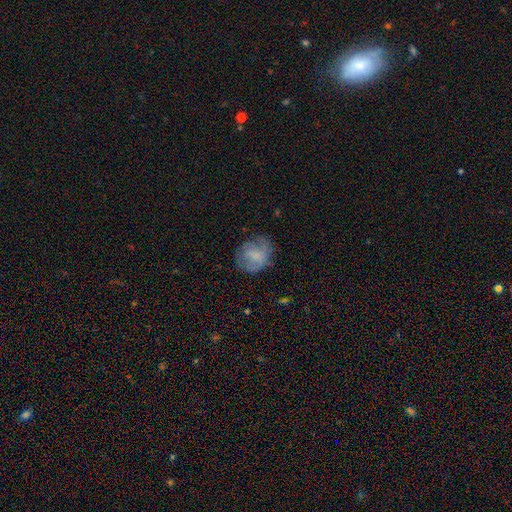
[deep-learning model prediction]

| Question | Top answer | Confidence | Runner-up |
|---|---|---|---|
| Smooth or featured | smooth | 56% | featured or disk (36%) |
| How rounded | round | 67% | in between (32%) |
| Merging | none | 59% | minor disturbance (24%) |